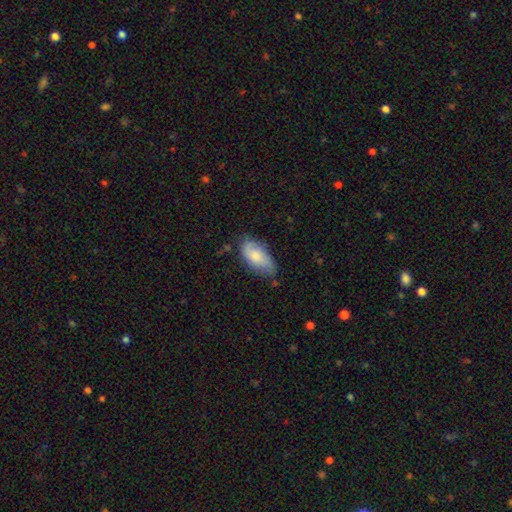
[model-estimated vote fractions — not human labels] Smooth or featured: smooth — 65% (featured or disk — 28%)
How rounded: in between — 92% (cigar-shaped — 5%)
Merging: none — 61% (minor disturbance — 30%)